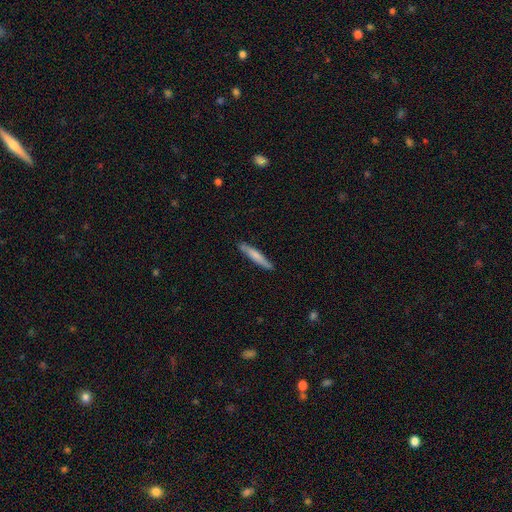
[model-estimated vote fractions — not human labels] Overall: smooth (70%). How rounded: cigar-shaped (93%). Merging: none (87%).